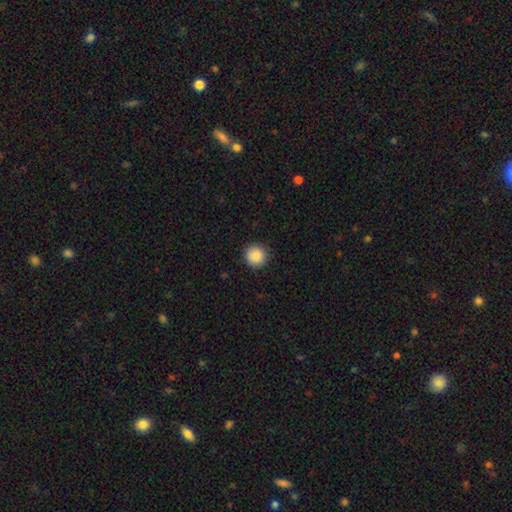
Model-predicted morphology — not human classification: This is clearly a smooth galaxy (88%). How rounded: clearly round (95%). Merging: clearly none (91%).